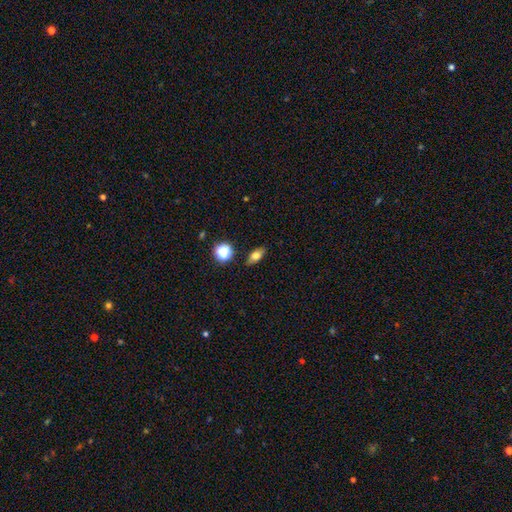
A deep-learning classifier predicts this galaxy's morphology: This appears to be a smooth galaxy with no disk features (70%) that is in between round and cigar-shaped (75%). Merging: none (86%).